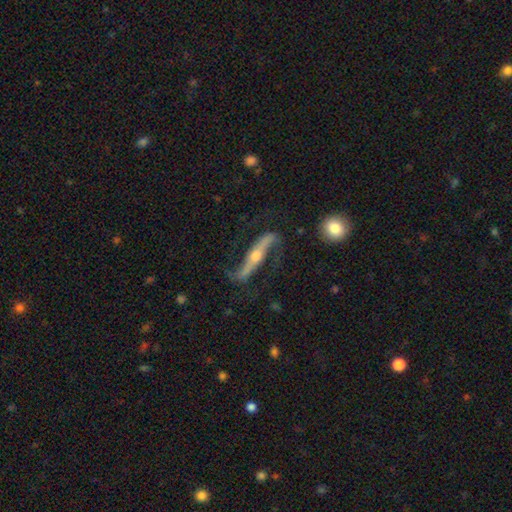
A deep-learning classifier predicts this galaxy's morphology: featured or disk 86%, smooth 9%, star or artifact 5%. Down the decision tree: edge-on disk — no (51%); merging — none (69%).